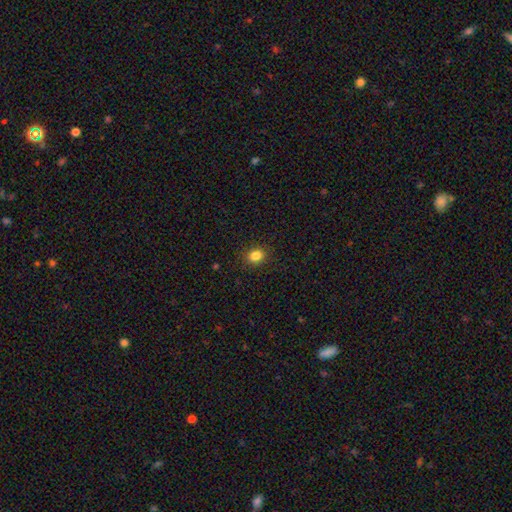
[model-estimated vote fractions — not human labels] smooth-or-featured: smooth: 84% | star or artifact: 11% | featured or disk: 5%
  how-rounded: round: 53% | in between: 46% | cigar-shaped: 1%
  merging: none: 89% | minor disturbance: 8% | major disturbance: 2% | merger: 1%